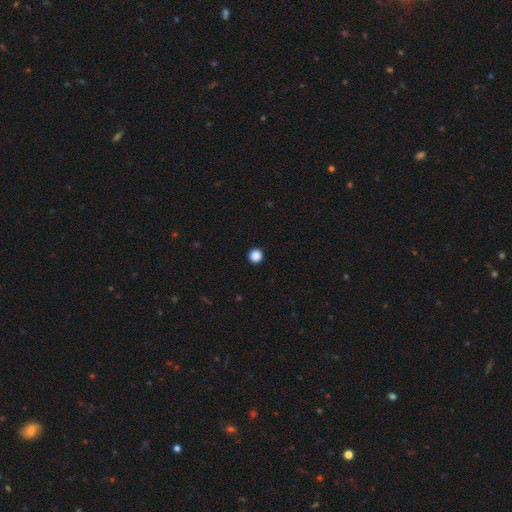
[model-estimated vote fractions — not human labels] The model was most divided on "smooth or featured": smooth: 87%, star or artifact: 10%, featured or disk: 2%. More confident: how rounded — round (95%); merging — none (94%).